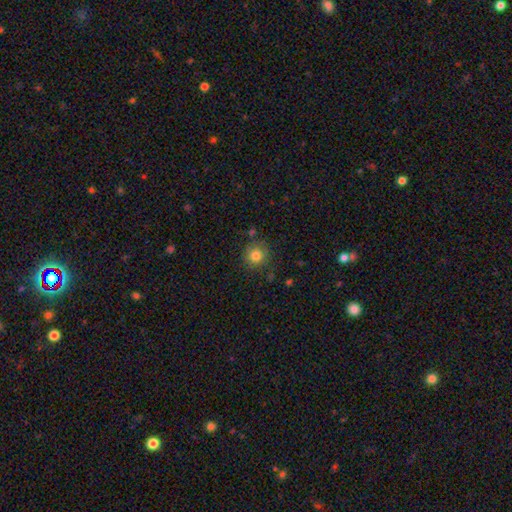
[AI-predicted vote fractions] Morphology: type=smooth (81%); roundness=round (91%); merging=none (83%).